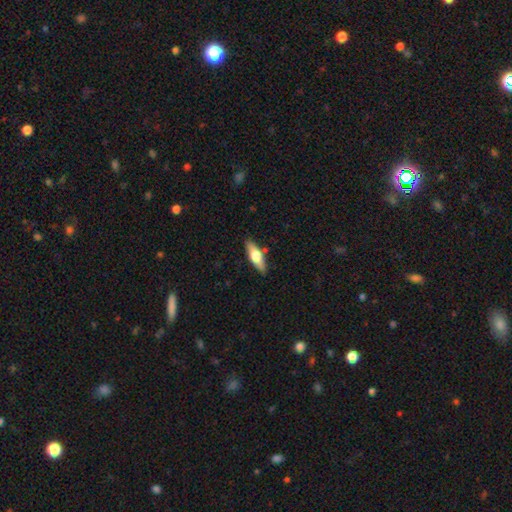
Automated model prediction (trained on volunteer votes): This appears to be a smooth galaxy with no disk features (52%) that is in between round and cigar-shaped (52%). Merging: none (85%).